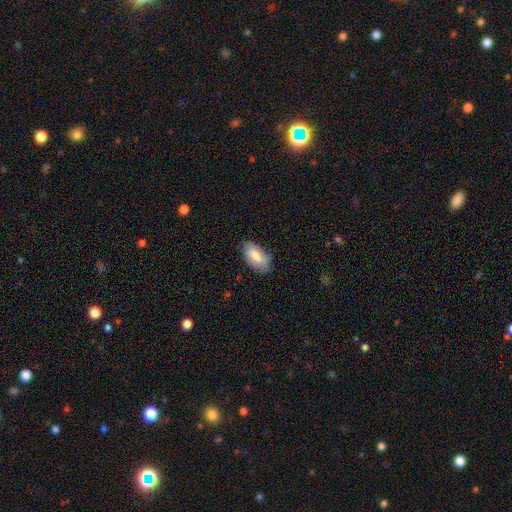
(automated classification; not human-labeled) smooth_or_featured: smooth (p=0.78) [alt: featured or disk p=0.16]
how_rounded: in between (p=0.93) [alt: cigar-shaped p=0.04]
merging: none (p=0.77) [alt: minor disturbance p=0.18]